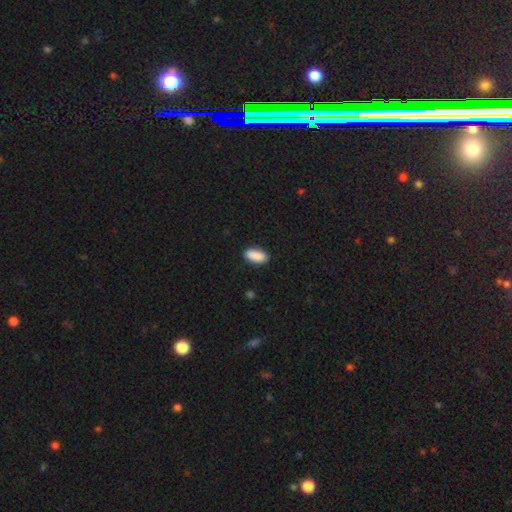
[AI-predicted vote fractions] This appears to be a smooth galaxy with no disk features (90%) that is in between round and cigar-shaped (87%). Merging: none (89%).